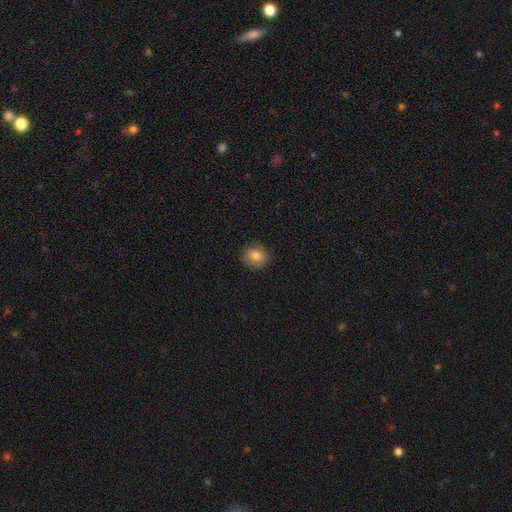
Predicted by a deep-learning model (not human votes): Q: Smooth or featured?
A: smooth (82%); runner-up: star or artifact (9%)
Q: How rounded?
A: round (77%); runner-up: in between (22%)
Q: Merging?
A: none (85%); runner-up: minor disturbance (11%)